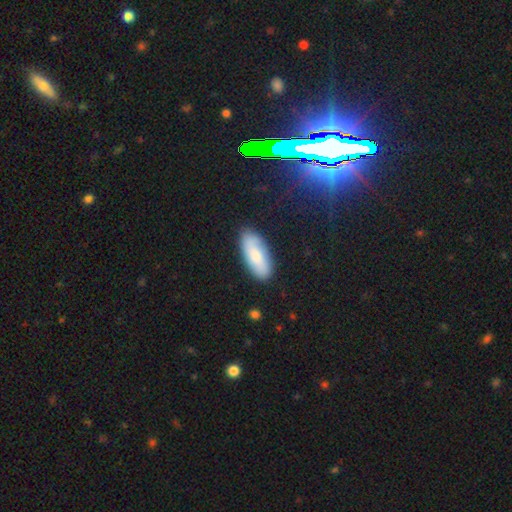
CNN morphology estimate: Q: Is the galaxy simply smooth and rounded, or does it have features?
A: smooth — 71%.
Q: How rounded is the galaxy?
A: in between — 82%.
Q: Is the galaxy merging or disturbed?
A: none — 83%.